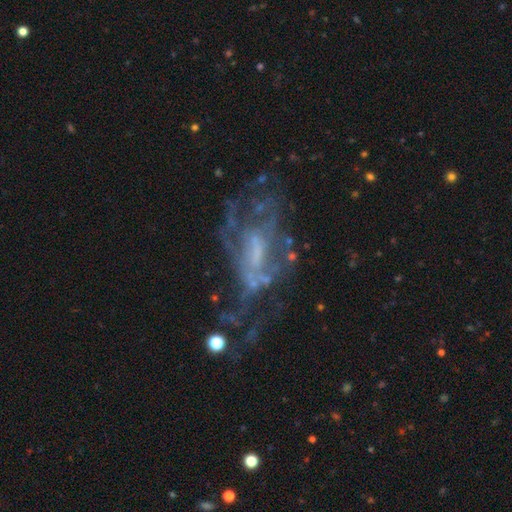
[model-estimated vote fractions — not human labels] The model was most divided on "bulge size": small: 35%, none: 34%, moderate: 26%, large: 4%, dominant: 1%. Remaining: edge-on disk — no (94%); smooth or featured — featured or disk (74%); spiral arms — yes (56%); bar — no (48%); merging — none (40%).